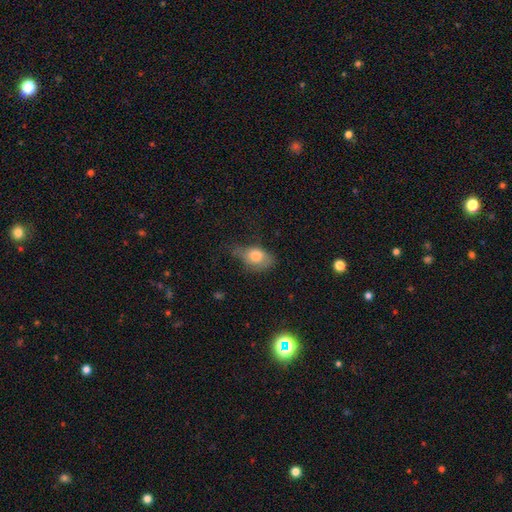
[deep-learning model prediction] A smooth galaxy with no disk features (77%) that is in between round and cigar-shaped (79%). Merging: minor disturbance (40%).